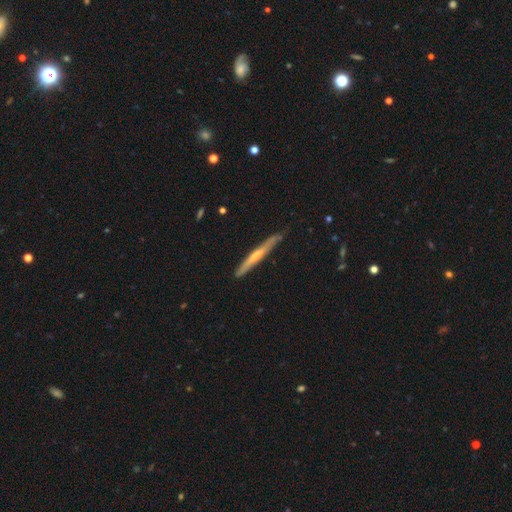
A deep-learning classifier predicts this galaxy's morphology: Smooth or featured? Predicted: featured or disk (p=0.52). Edge-on disk? Predicted: yes (p=0.94). Merging? Predicted: none (p=0.81).